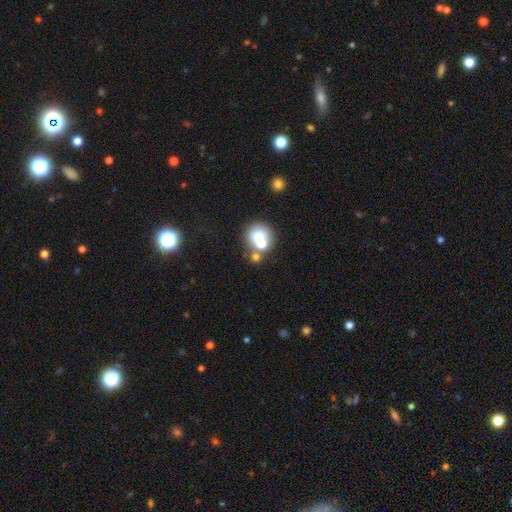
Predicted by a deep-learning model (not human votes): This appears to be a smooth galaxy with no disk features (62%) that is round (85%). Merging: none (46%).